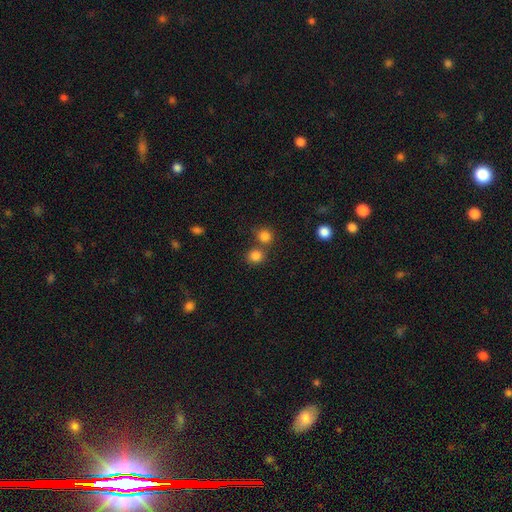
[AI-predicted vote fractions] The model was most divided on "merging": none: 64%, merger: 25%, minor disturbance: 8%, major disturbance: 3%. More confident: smooth or featured — smooth (82%); how rounded — round (82%).